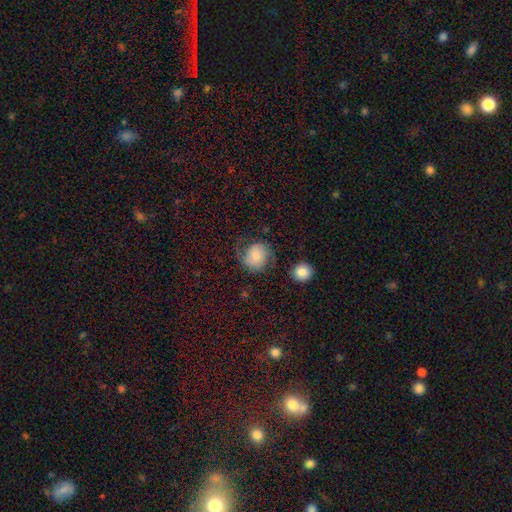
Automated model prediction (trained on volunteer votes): Overall: smooth (48%; featured or disk 42%). Merging: none (61%).